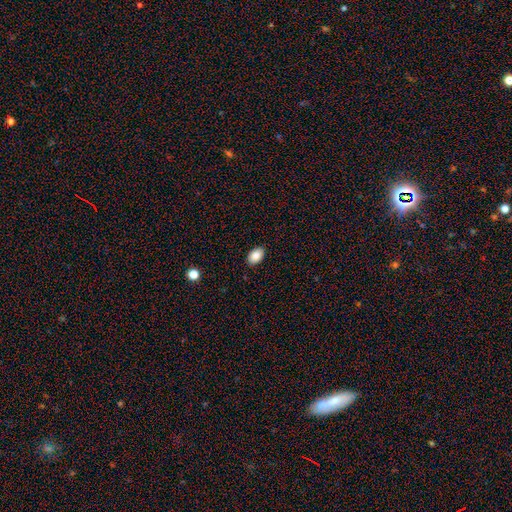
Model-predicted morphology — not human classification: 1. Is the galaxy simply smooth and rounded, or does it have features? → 88% smooth, 8% star or artifact, 4% featured or disk.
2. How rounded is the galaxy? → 89% in between, 10% round, 1% cigar-shaped.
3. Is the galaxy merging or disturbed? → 89% none, 9% minor disturbance, 2% major disturbance, 1% merger.